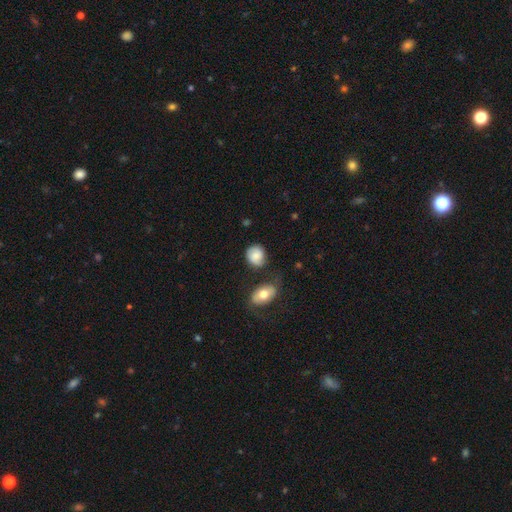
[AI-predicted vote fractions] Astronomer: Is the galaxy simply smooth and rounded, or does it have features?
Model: smooth — 77%.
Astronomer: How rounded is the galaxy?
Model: round — 69%.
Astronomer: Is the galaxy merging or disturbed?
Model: none — 62%.